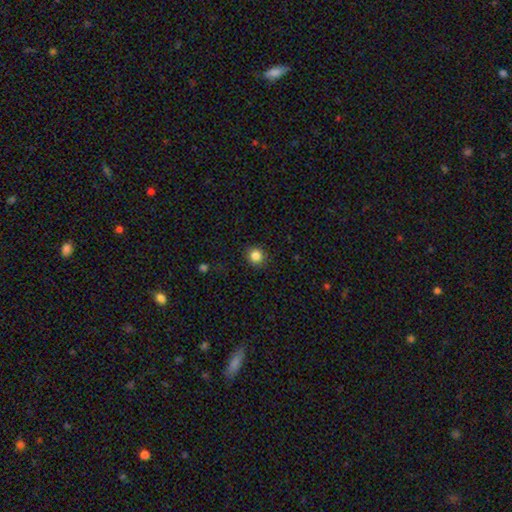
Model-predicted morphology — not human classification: The model was most divided on "smooth or featured": smooth: 84%, star or artifact: 11%, featured or disk: 4%. More confident: how rounded — round (91%); merging — none (89%).